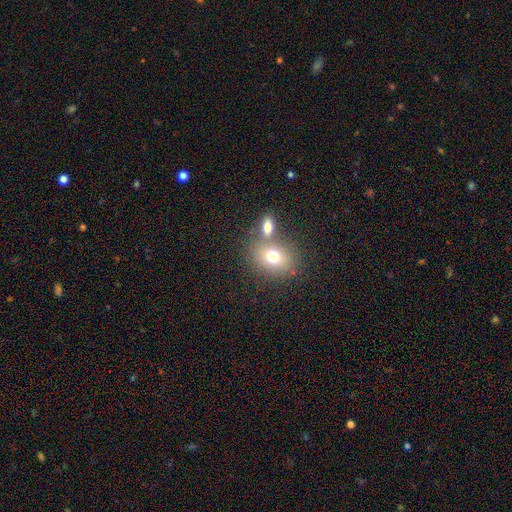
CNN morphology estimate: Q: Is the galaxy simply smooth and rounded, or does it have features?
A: smooth — 66%.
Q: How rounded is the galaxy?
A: round — 54%.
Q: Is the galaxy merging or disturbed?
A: none — 60%.